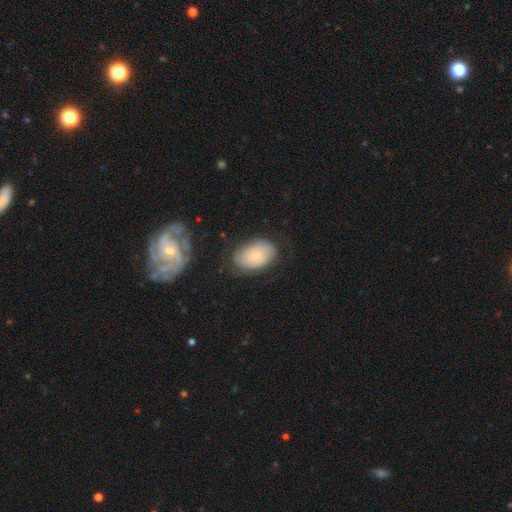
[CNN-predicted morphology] This is likely a smooth galaxy (64%). How rounded: clearly in between (89%). Merging: likely none (74%).